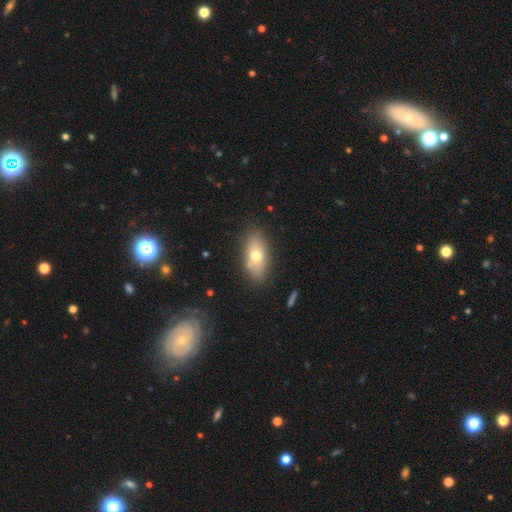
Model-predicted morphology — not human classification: smooth-or-featured: smooth: 65% | featured or disk: 27% | star or artifact: 8%
  how-rounded: in between: 85% | cigar-shaped: 9% | round: 6%
  merging: none: 82% | minor disturbance: 12% | major disturbance: 3% | merger: 3%